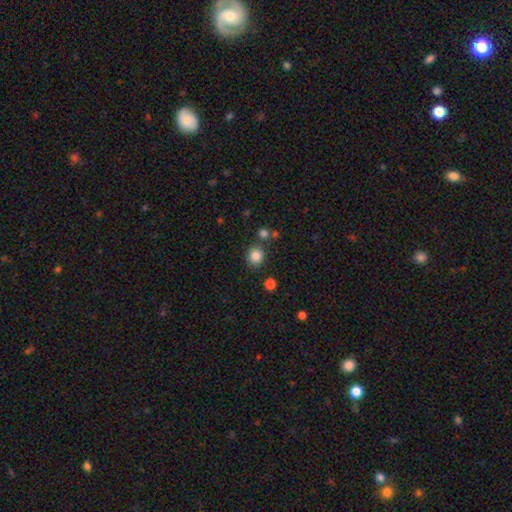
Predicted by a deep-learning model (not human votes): Smooth or featured?
  - smooth: 84% *
  - star or artifact: 12%
  - featured or disk: 5%
How rounded?
  - round: 86% *
  - in between: 13%
  - cigar-shaped: 1%
Merging?
  - none: 82% *
  - minor disturbance: 8%
  - merger: 7%
  - major disturbance: 3%